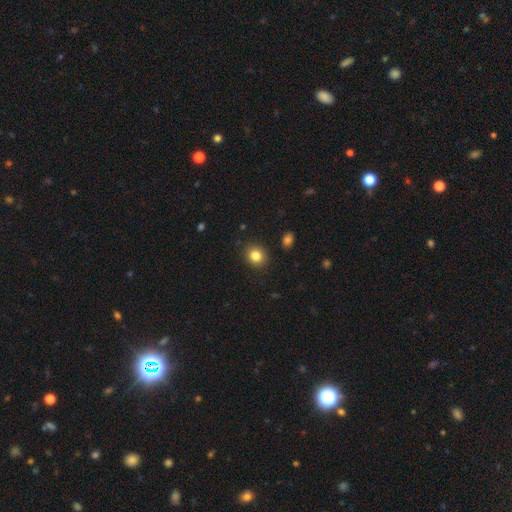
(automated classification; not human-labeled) Smooth or featured?
  - smooth: 83% *
  - star or artifact: 11%
  - featured or disk: 6%
How rounded?
  - round: 75% *
  - in between: 25%
  - cigar-shaped: 1%
Merging?
  - none: 89% *
  - minor disturbance: 7%
  - major disturbance: 2%
  - merger: 2%